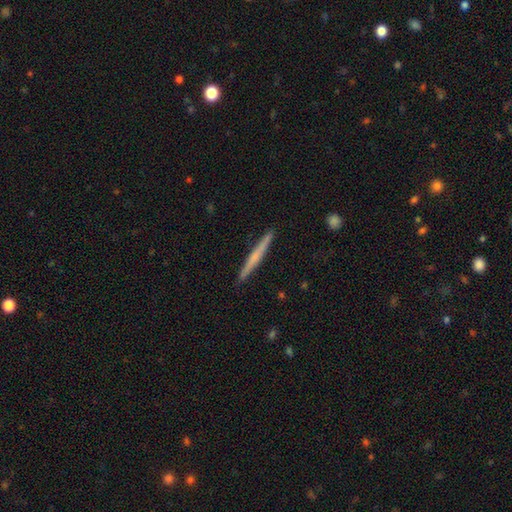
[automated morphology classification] smooth_or_featured: featured or disk (p=0.50) [alt: smooth p=0.44]
disk_edge_on: yes (p=0.98) [alt: no p=0.02]
merging: none (p=0.92) [alt: minor disturbance p=0.05]